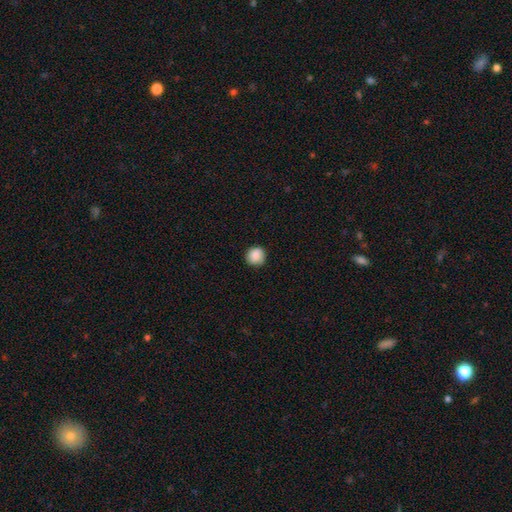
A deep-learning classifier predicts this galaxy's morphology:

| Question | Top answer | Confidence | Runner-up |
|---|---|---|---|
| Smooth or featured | smooth | 86% | star or artifact (9%) |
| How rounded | round | 91% | in between (8%) |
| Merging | none | 86% | minor disturbance (10%) |